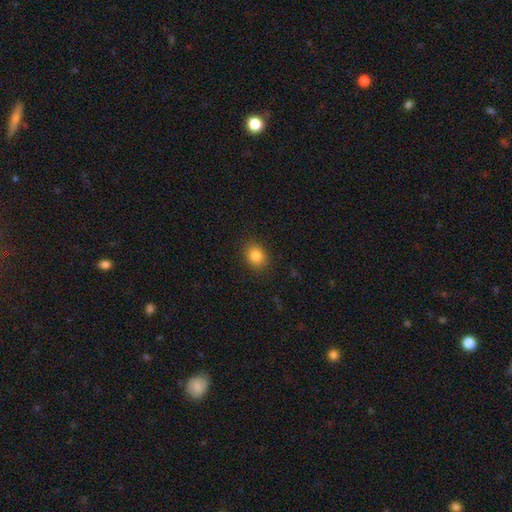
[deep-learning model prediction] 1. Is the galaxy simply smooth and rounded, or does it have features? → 85% smooth, 10% star or artifact, 6% featured or disk.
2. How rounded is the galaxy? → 52% in between, 47% round, 1% cigar-shaped.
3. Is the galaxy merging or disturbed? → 87% none, 9% minor disturbance, 3% major disturbance, 1% merger.